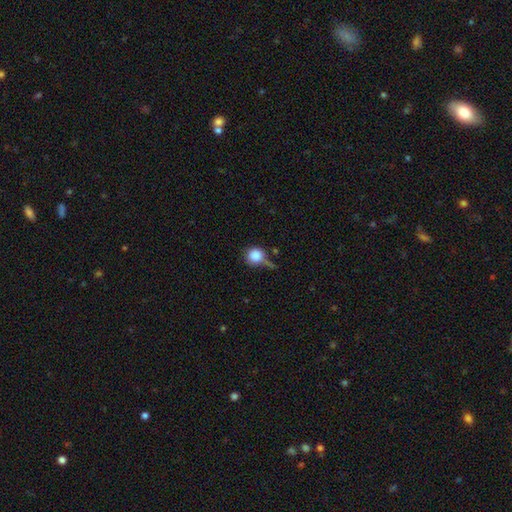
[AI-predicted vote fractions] The model was most divided on "merging": none: 47%, minor disturbance: 26%, major disturbance: 15%, merger: 12%. More confident: how rounded — round (88%); smooth or featured — smooth (83%).